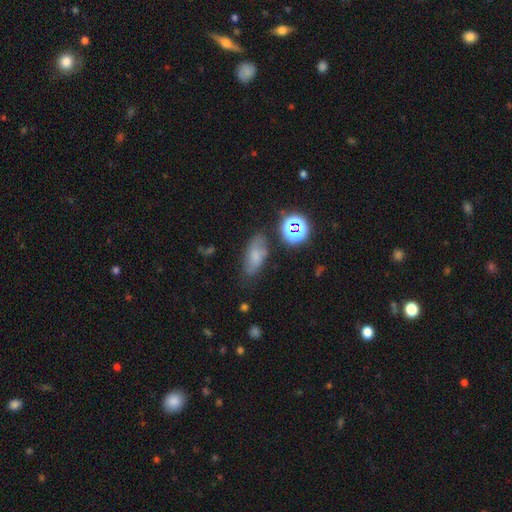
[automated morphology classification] smooth 64%, featured or disk 20%, star or artifact 17%. Down the decision tree: how rounded — in between (84%); merging — none (66%).